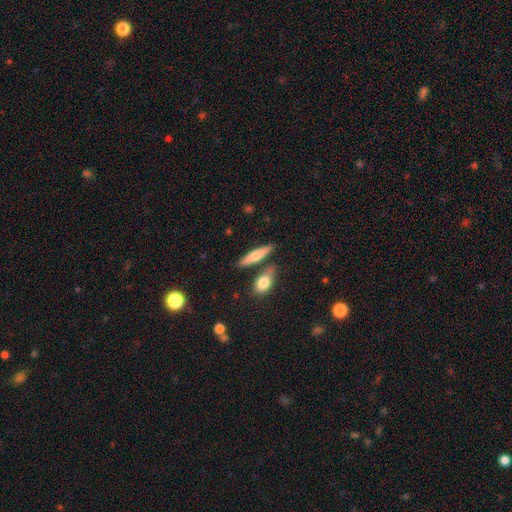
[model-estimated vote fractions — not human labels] smooth 63%, featured or disk 30%, star or artifact 7%. Down the decision tree: how rounded — cigar-shaped (74%); merging — none (73%).